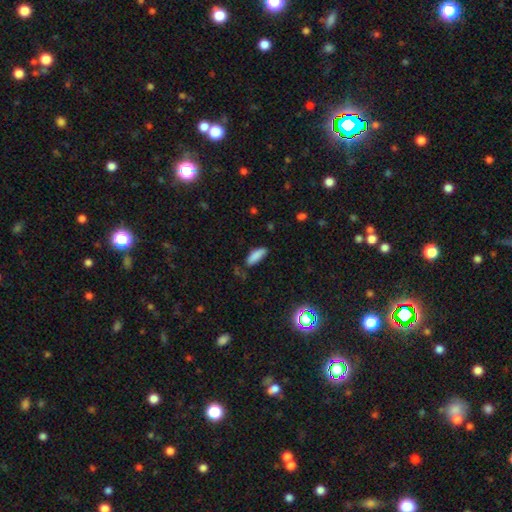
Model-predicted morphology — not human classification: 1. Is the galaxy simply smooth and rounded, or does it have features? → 85% smooth, 9% star or artifact, 6% featured or disk.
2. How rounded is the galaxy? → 67% in between, 31% cigar-shaped, 2% round.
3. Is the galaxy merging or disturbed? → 70% none, 22% minor disturbance, 5% major disturbance, 3% merger.